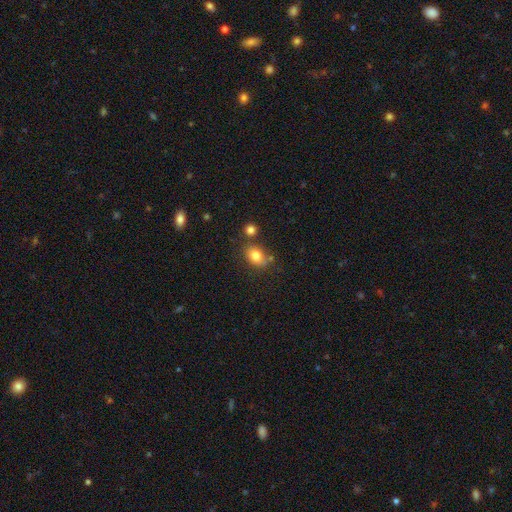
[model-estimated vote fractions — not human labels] Smooth or featured? Predicted: smooth (p=0.79). How rounded? Predicted: in between (p=0.63). Merging? Predicted: none (p=0.66).